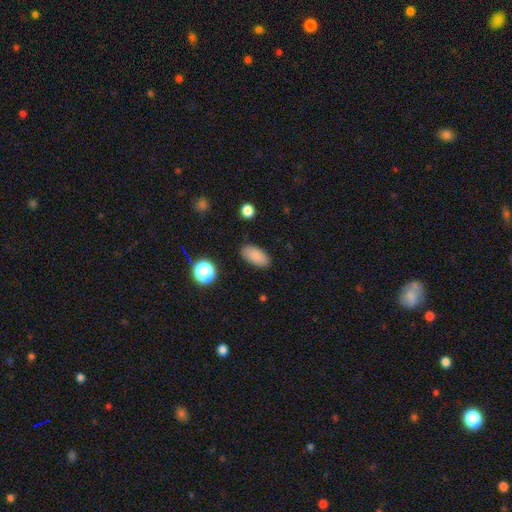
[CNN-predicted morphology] smooth 86%, star or artifact 9%, featured or disk 5%. Down the decision tree: how rounded — in between (91%); merging — none (87%).